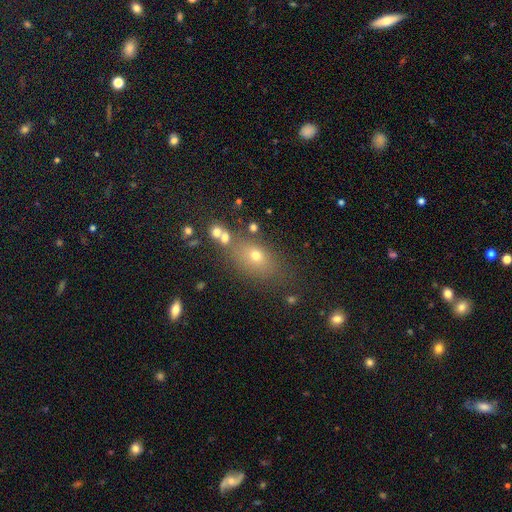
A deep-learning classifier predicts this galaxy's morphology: type=smooth (65%); roundness=in between (70%); merging=none (71%).